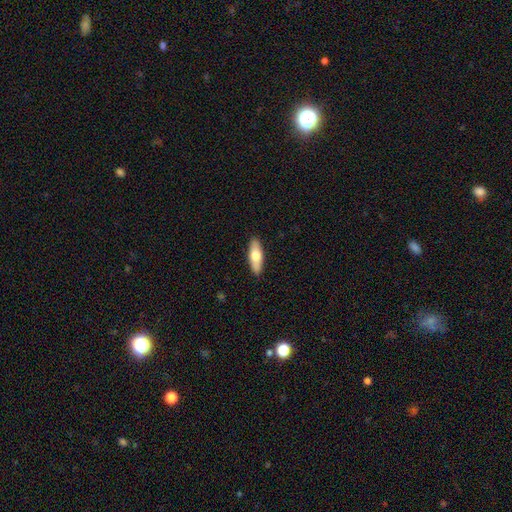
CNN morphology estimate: Overall: smooth (67%; featured or disk 27%). How rounded: in between (59%; cigar-shaped 39%). Merging: none (90%).